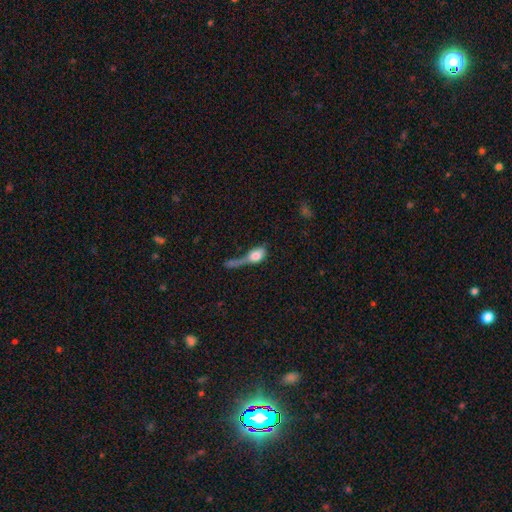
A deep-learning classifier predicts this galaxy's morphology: smooth 68%, featured or disk 23%, star or artifact 9%. Down the decision tree: how rounded — in between (69%); merging — major disturbance (37%).